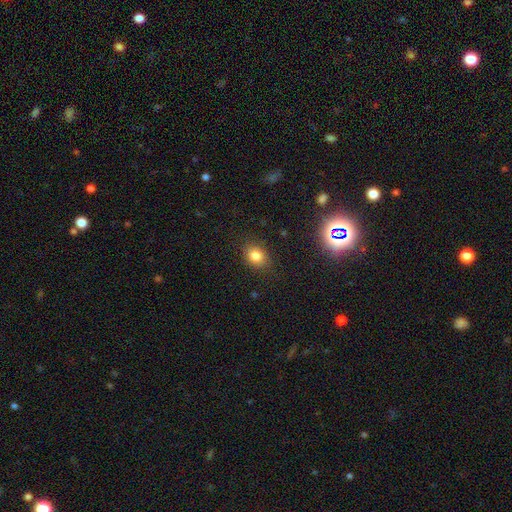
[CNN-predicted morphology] This appears to be a smooth galaxy with no disk features (81%) that is round (50%). Merging: none (84%).